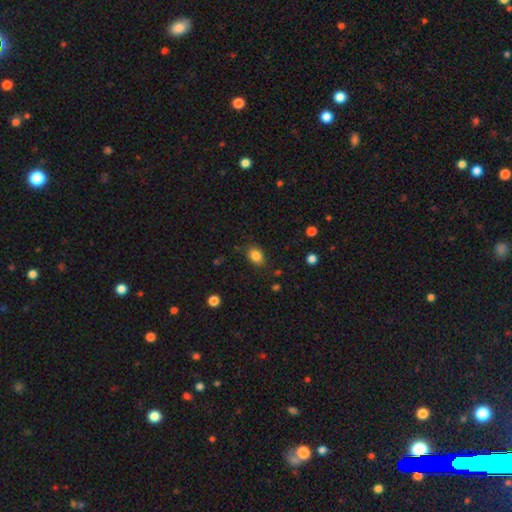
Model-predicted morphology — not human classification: Smooth or featured? smooth (84%)
How rounded? in between (76%)
Merging? none (81%)